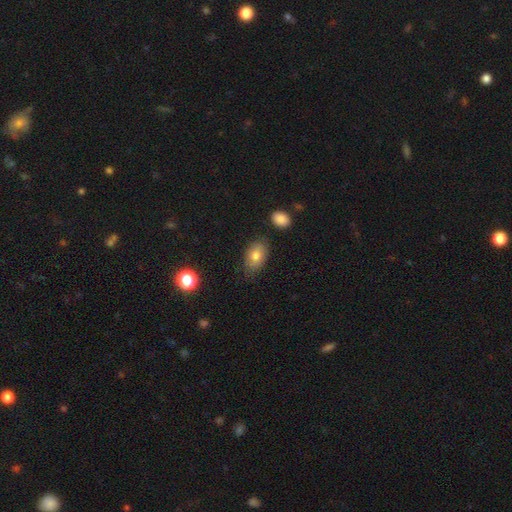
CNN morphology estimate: Smooth or featured? Predicted: smooth (p=0.78). How rounded? Predicted: in between (p=0.87). Merging? Predicted: none (p=0.75).